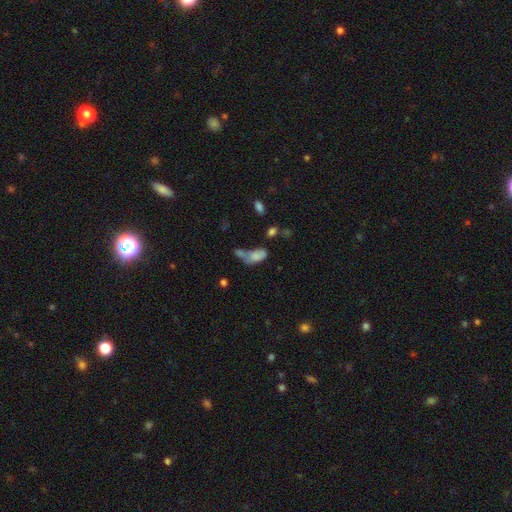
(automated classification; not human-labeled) Smooth or featured? smooth (71%)
How rounded? in between (88%)
Merging? merger (46%)